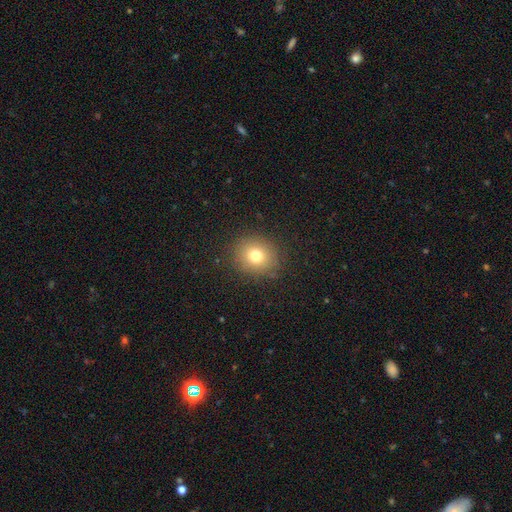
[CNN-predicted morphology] Q: Smooth or featured?
A: smooth (76%); runner-up: star or artifact (14%)
Q: How rounded?
A: round (81%); runner-up: in between (18%)
Q: Merging?
A: none (87%); runner-up: minor disturbance (8%)